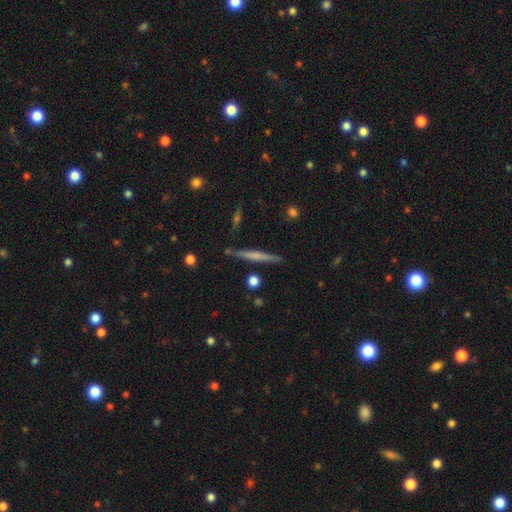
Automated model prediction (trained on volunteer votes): Q: Smooth or featured?
A: featured or disk (50%); runner-up: smooth (43%)
Q: Edge-on disk?
A: yes (97%); runner-up: no (3%)
Q: Merging?
A: none (87%); runner-up: minor disturbance (8%)